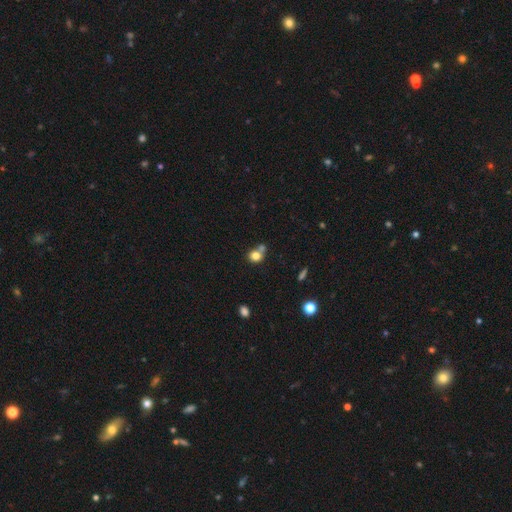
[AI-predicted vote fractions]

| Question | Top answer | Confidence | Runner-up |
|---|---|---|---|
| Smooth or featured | smooth | 79% | star or artifact (11%) |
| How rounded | round | 73% | in between (26%) |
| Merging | none | 44% | merger (41%) |